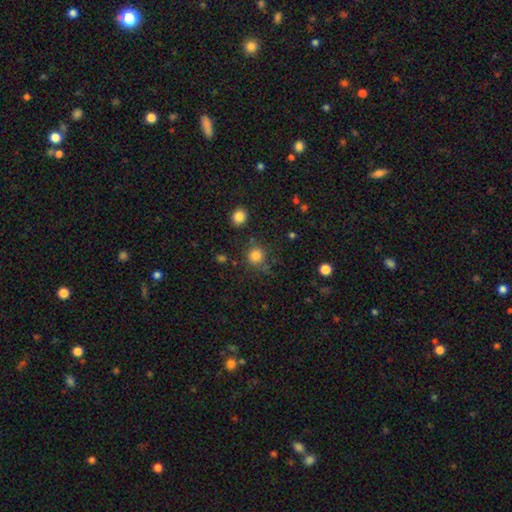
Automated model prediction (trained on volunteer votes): A smooth galaxy with no disk features (82%) that is round (89%). Merging: none (76%).